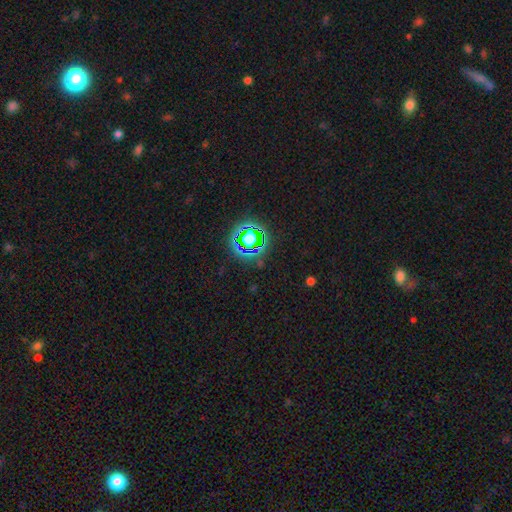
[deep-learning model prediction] A star or artifact, not a galaxy (76%).